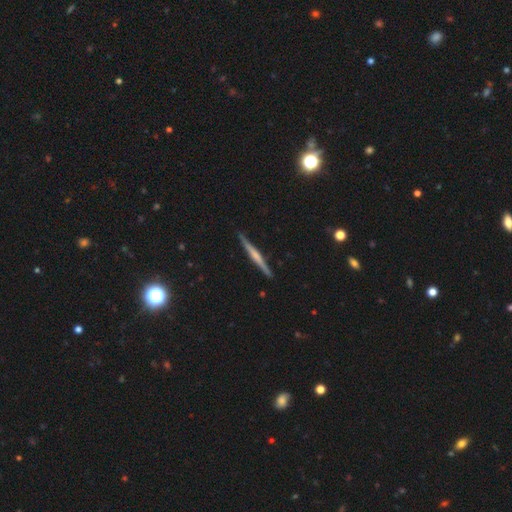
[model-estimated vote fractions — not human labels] A featured or disk galaxy (65%) viewed edge-on (98%) with a rounded central bulge (50%).

Vote fractions:
- Smooth or featured? featured or disk: 65% / smooth: 30% / star or artifact: 6%
- Edge-on disk? yes: 98% / no: 2%
- Edge-on bulge? rounded: 50% / none: 35% / boxy: 15%
- Merging? none: 91% / minor disturbance: 7% / major disturbance: 1% / merger: 1%